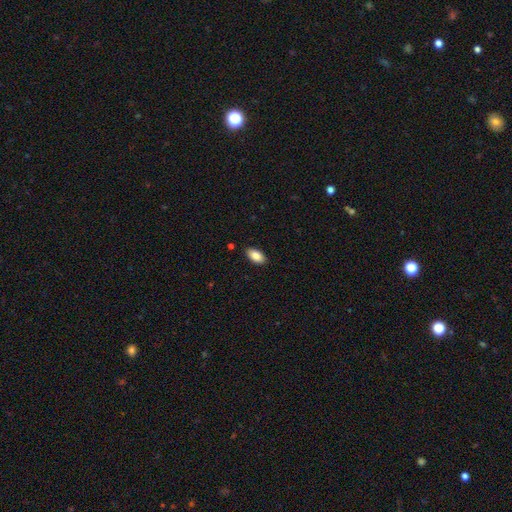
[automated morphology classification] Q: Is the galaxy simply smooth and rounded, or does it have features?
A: smooth — 86%.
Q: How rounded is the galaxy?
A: in between — 94%.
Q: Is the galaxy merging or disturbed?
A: none — 88%.